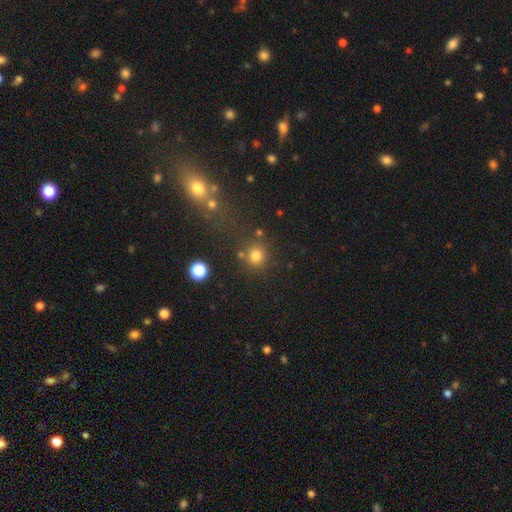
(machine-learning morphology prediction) This appears to be a smooth galaxy with no disk features (78%) that is round (88%). Merging: none (78%).